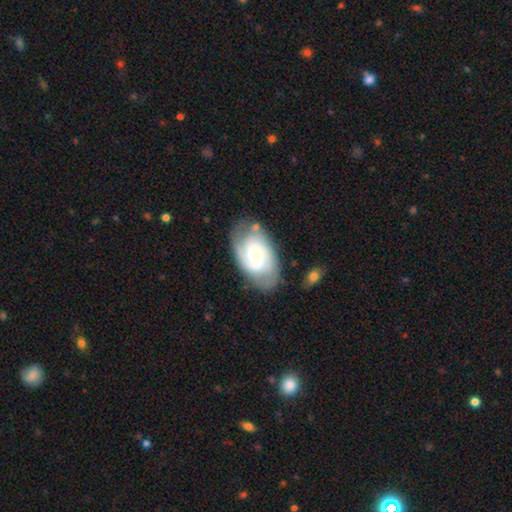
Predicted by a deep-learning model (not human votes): A featured or disk galaxy (77%) with no bar (63%), 2 (55%) tight (52%) spiral arms (92%) and a moderate central bulge (55%). Merging: none (72%).